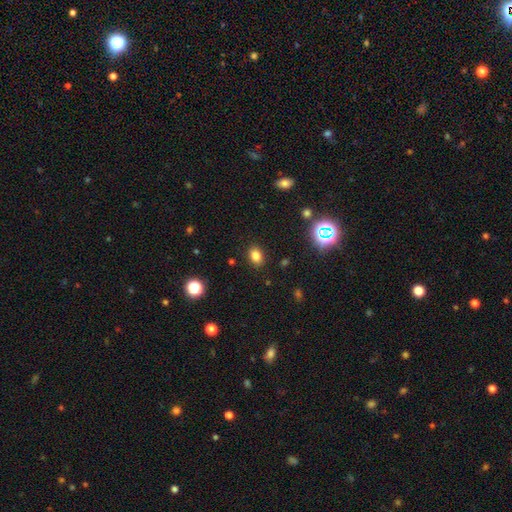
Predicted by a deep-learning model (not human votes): This appears to be a smooth galaxy with no disk features (80%) that is in between round and cigar-shaped (70%). Merging: none (88%).